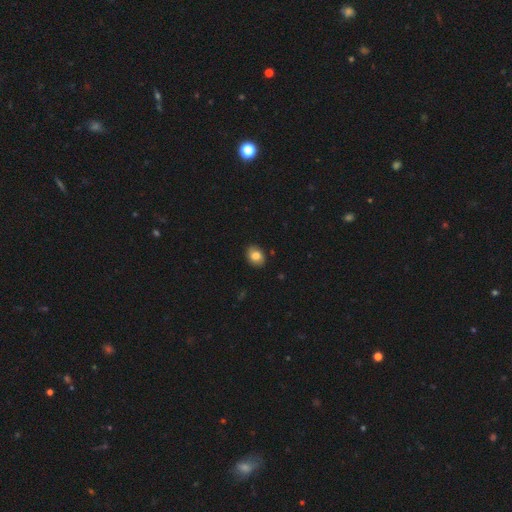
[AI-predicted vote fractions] Overall: smooth (83%). How rounded: in between (67%; round 32%). Merging: none (88%).